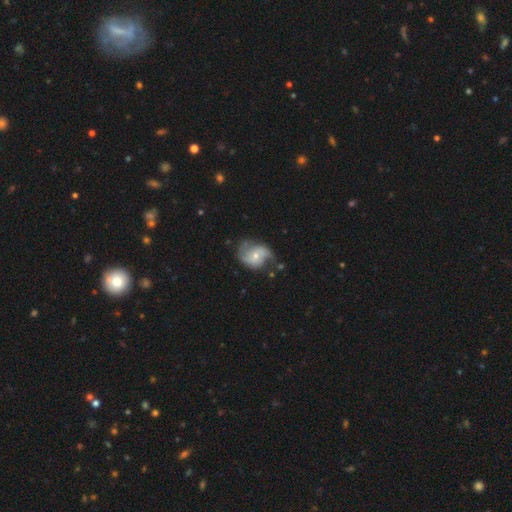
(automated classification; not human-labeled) A featured or disk galaxy (76%) with no bar (60%), 2 (81%) medium (43%) spiral arms (92%) and a small central bulge (53%). Merging: none (58%).